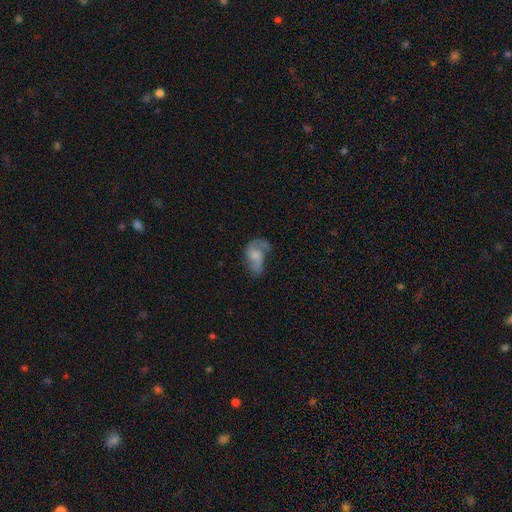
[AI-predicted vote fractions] featured or disk 66%, smooth 26%, star or artifact 8%. Down the decision tree: edge-on disk — no (97%); bar — no (66%); spiral arms — yes (86%); spiral arm count — 2 (74%); spiral winding — loose (54%); bulge size — moderate (30%); merging — none (37%).